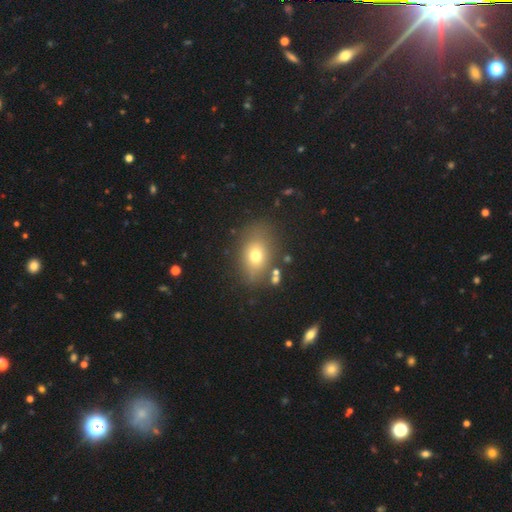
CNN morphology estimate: This appears to be a smooth galaxy with no disk features (71%) that is in between round and cigar-shaped (73%). Merging: none (74%).